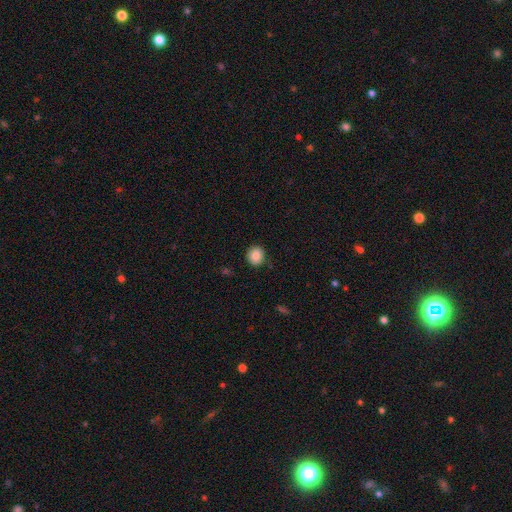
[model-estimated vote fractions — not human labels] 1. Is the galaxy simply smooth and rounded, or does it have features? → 87% smooth, 9% star or artifact, 5% featured or disk.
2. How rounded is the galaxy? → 85% round, 14% in between, 1% cigar-shaped.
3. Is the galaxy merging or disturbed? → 87% none, 10% minor disturbance, 2% major disturbance, 1% merger.